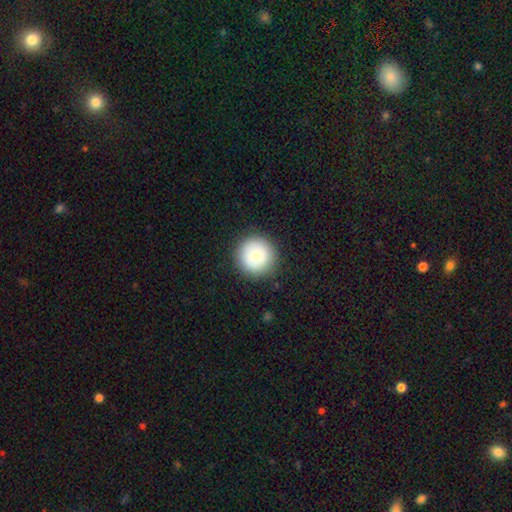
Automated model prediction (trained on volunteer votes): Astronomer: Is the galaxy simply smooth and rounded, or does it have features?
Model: smooth — 76%.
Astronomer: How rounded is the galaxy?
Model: round — 96%.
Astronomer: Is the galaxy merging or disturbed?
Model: none — 89%.